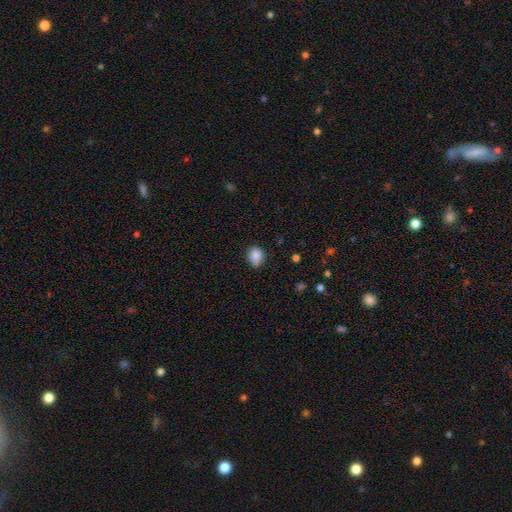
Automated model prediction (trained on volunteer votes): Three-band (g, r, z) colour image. It shows a smooth galaxy with no disk features (85%) that is round (65%). Merging: none (71%).